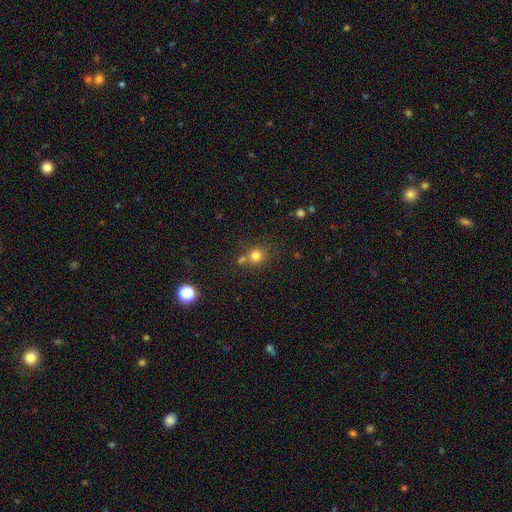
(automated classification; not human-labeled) Smooth or featured? Predicted: smooth (p=0.78). How rounded? Predicted: round (p=0.85). Merging? Predicted: none (p=0.66).